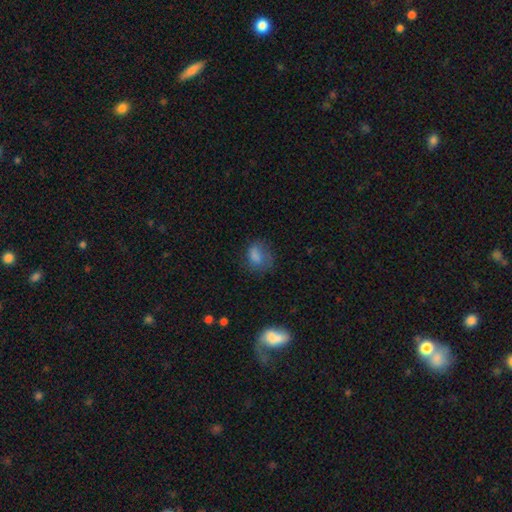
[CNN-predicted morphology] This is likely a smooth galaxy (73%). How rounded: likely in between (66%). Merging: possibly none (48%).